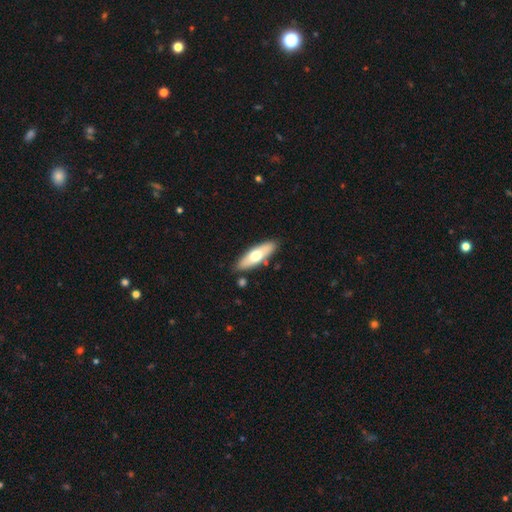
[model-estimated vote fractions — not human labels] A smooth galaxy with no disk features (59%) that is in between round and cigar-shaped (55%). Merging: none (83%).